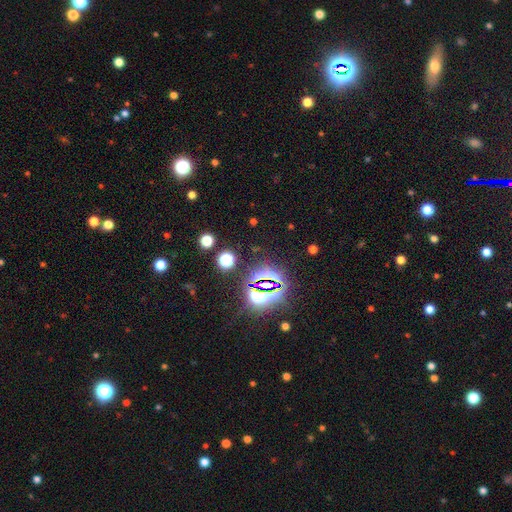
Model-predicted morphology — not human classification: A star or artifact, not a galaxy (82%).